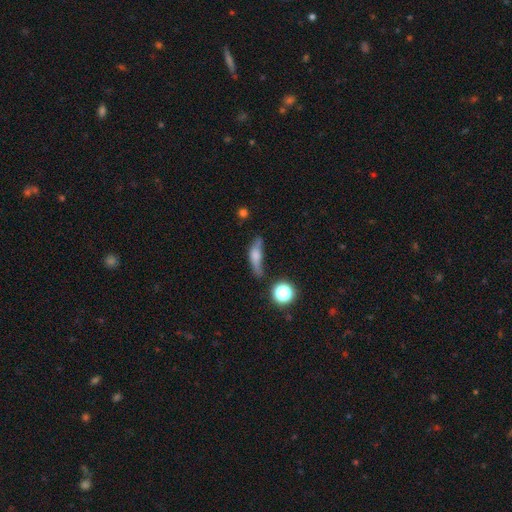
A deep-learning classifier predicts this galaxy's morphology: A smooth galaxy with no disk features (57%) that is in between round and cigar-shaped (46%).

Vote fractions:
- Smooth or featured? smooth: 57% / featured or disk: 31% / star or artifact: 12%
- How rounded? in between: 46% / cigar-shaped: 44% / round: 10%
- Merging? none: 41% / minor disturbance: 29% / major disturbance: 22% / merger: 8%